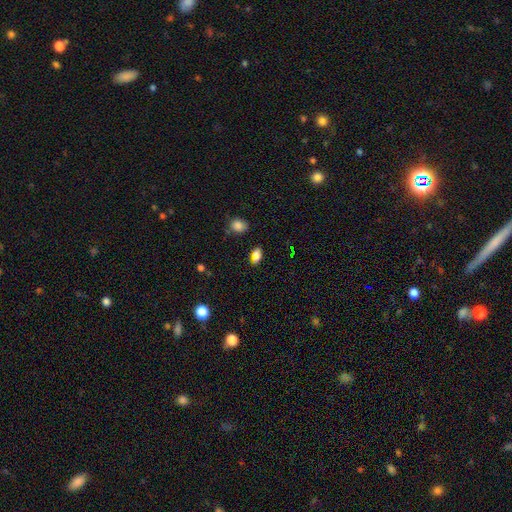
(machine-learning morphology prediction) Smooth or featured: smooth — 79% (star or artifact — 14%)
How rounded: in between — 86% (round — 8%)
Merging: none — 79% (minor disturbance — 13%)